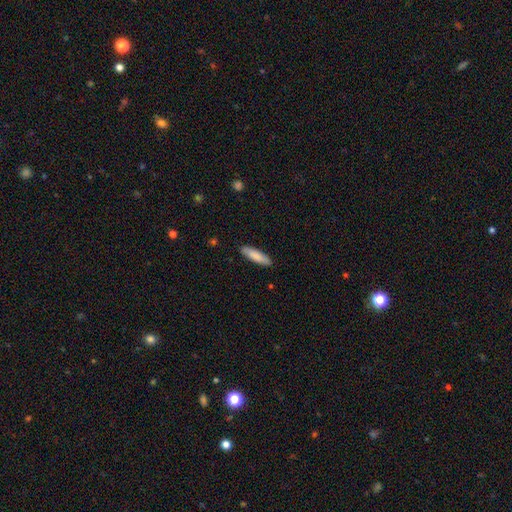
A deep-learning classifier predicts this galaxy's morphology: This appears to be a smooth galaxy with no disk features (83%) that is cigar-shaped (72%). Merging: none (88%).